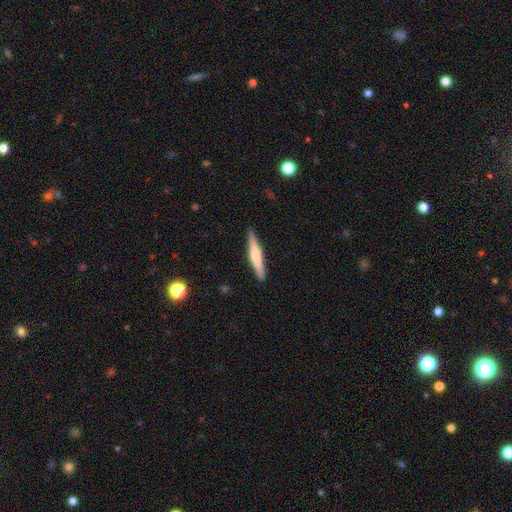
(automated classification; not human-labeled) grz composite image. It shows a smooth galaxy with no disk features (50%) that is cigar-shaped (93%). Merging: none (90%).